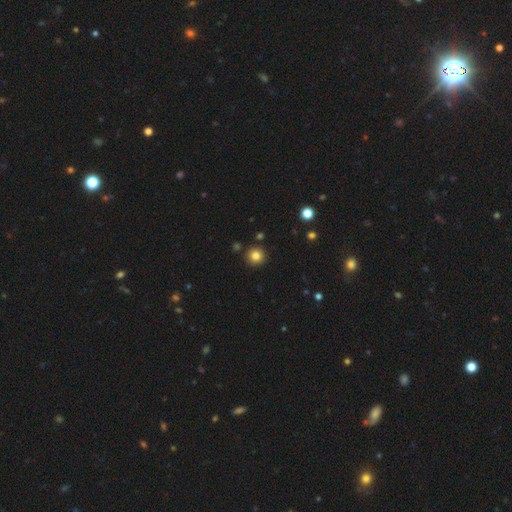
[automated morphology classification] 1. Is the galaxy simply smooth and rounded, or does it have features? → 83% smooth, 12% star or artifact, 5% featured or disk.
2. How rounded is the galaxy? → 94% round, 5% in between, 1% cigar-shaped.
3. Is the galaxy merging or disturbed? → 90% none, 6% minor disturbance, 3% merger, 2% major disturbance.